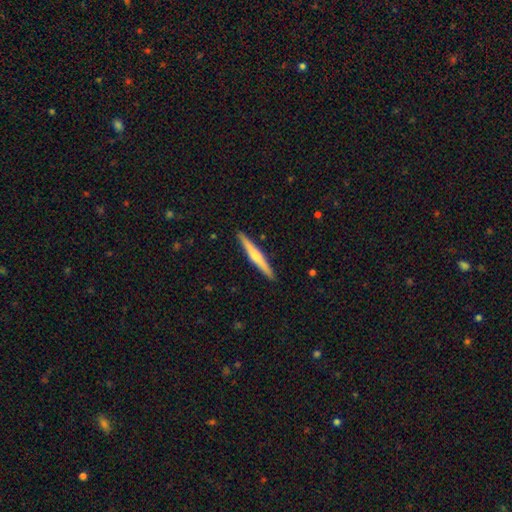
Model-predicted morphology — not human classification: Smooth or featured?
  - featured or disk: 56% *
  - smooth: 39%
  - star or artifact: 5%
Edge-on disk?
  - yes: 98% *
  - no: 2%
Edge-on bulge?
  - rounded: 78% *
  - none: 16%
  - boxy: 6%
Merging?
  - none: 92% *
  - minor disturbance: 6%
  - major disturbance: 1%
  - merger: 1%